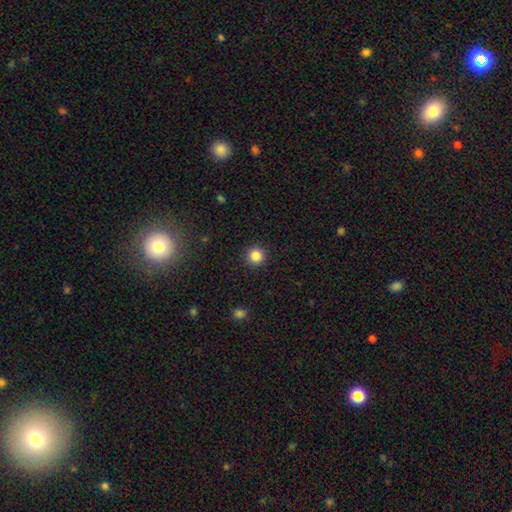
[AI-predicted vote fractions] Smooth or featured? Predicted: smooth (p=0.85). How rounded? Predicted: round (p=0.95). Merging? Predicted: none (p=0.92).